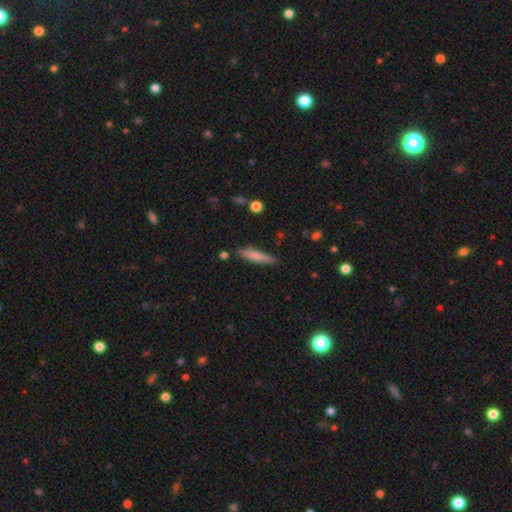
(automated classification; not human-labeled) A smooth galaxy with no disk features (71%) that is cigar-shaped (86%). Merging: none (83%).